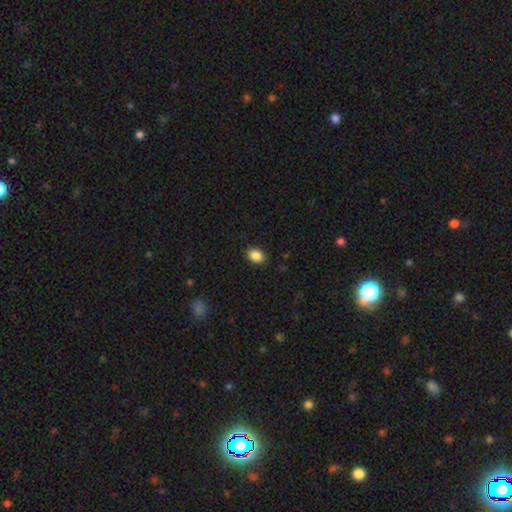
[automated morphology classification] smooth-or-featured: smooth: 88% | star or artifact: 9% | featured or disk: 4%
  how-rounded: in between: 67% | round: 32% | cigar-shaped: 1%
  merging: none: 89% | minor disturbance: 8% | major disturbance: 2% | merger: 1%